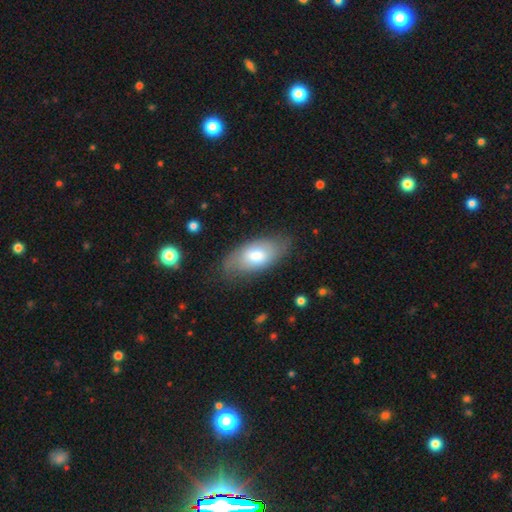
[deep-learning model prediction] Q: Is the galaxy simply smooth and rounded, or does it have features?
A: smooth — 68%.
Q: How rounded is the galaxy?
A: in between — 90%.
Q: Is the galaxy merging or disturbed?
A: none — 75%.